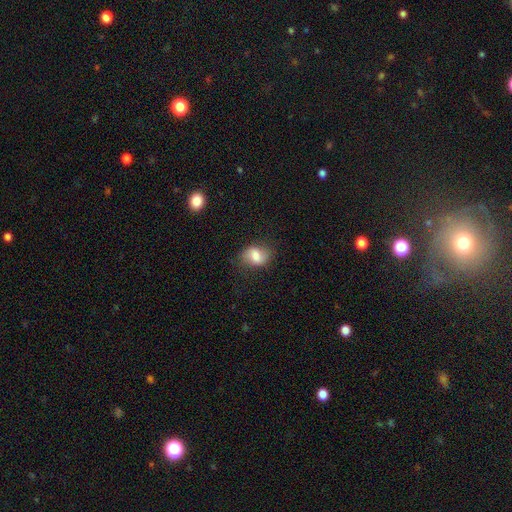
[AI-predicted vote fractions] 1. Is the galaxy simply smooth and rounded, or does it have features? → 67% smooth, 24% featured or disk, 8% star or artifact.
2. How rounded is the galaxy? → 69% in between, 29% round, 2% cigar-shaped.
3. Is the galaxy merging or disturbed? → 71% none, 20% minor disturbance, 7% major disturbance, 2% merger.